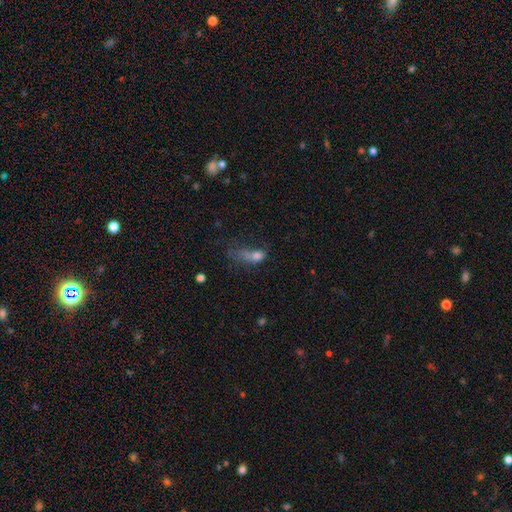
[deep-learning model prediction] smooth-or-featured: smooth: 58% | featured or disk: 24% | star or artifact: 18%
  how-rounded: in between: 71% | round: 20% | cigar-shaped: 10%
  merging: major disturbance: 49% | none: 20% | minor disturbance: 17% | merger: 14%